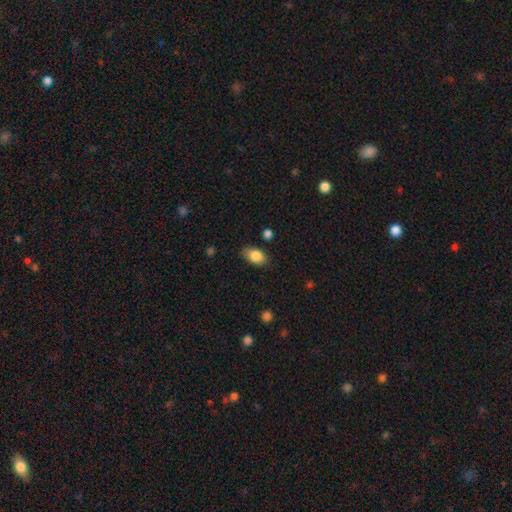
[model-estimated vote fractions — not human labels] Morphology: type=smooth (84%); roundness=in between (85%); merging=none (79%).